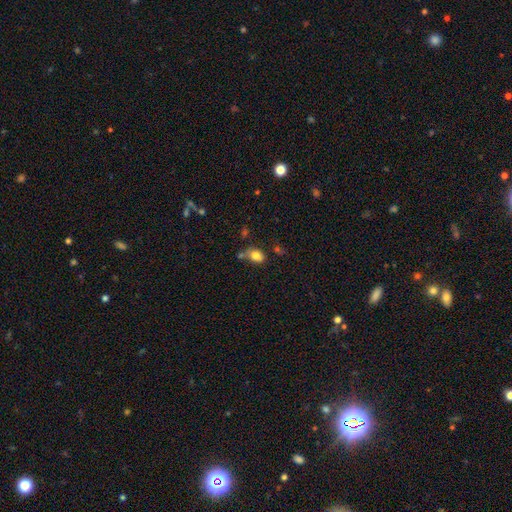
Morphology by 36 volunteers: Smooth or featured? smooth (92%)
How rounded? in between (88%)
Merging? none (60%)